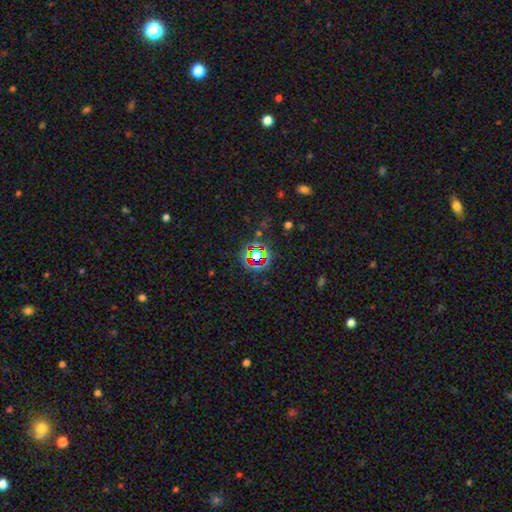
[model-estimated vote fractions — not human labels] Overall: star or artifact (69%).